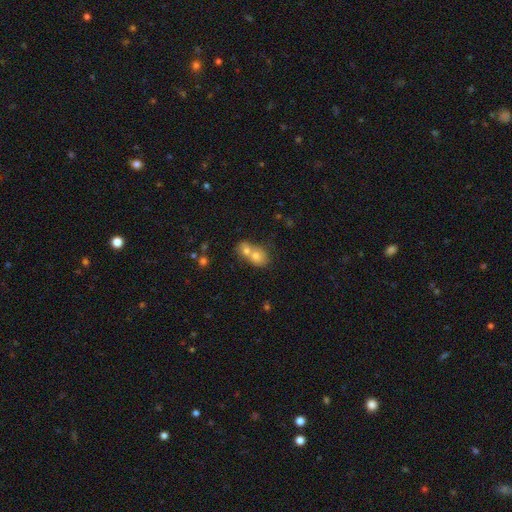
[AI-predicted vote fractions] A smooth galaxy with no disk features (71%) that is round (54%).

Vote fractions:
- Smooth or featured? smooth: 71% / featured or disk: 19% / star or artifact: 11%
- How rounded? round: 54% / in between: 45% / cigar-shaped: 2%
- Merging? merger: 71% / none: 21% / minor disturbance: 6% / major disturbance: 3%